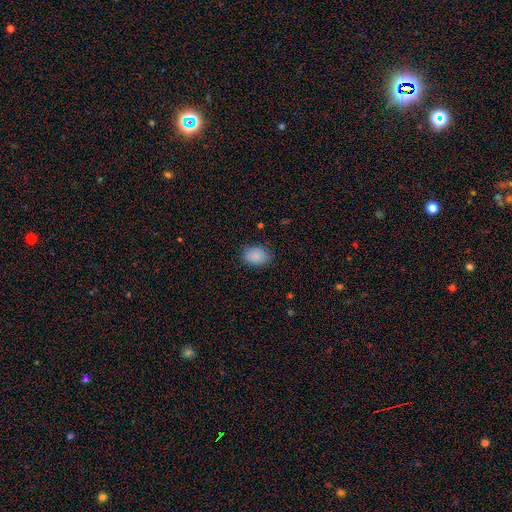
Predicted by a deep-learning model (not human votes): This is clearly a smooth galaxy (88%). How rounded: likely in between (71%). Merging: clearly none (82%).